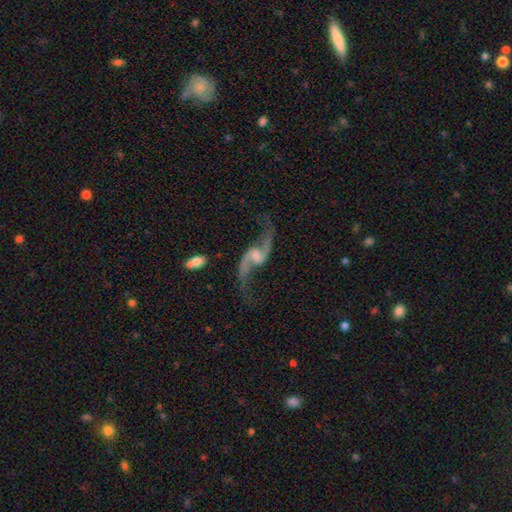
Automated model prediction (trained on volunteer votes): This is clearly a featured or disk galaxy (91%). It is clearly not viewed edge-on (96%). Bar: marginally no (44%, tied with weak). Spiral arm pattern: clearly yes (97%). Spiral arm count: clearly 2 (94%). Spiral winding: clearly loose (89%). Central bulge: possibly small (52%). Merging: likely none (72%).